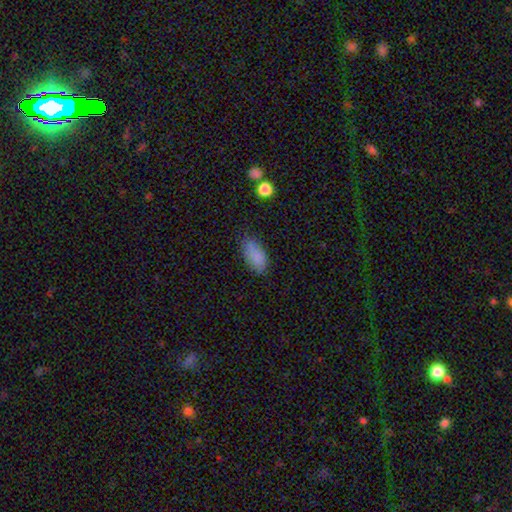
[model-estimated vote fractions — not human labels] Morphology: type=smooth (86%); roundness=in between (90%); merging=none (76%).